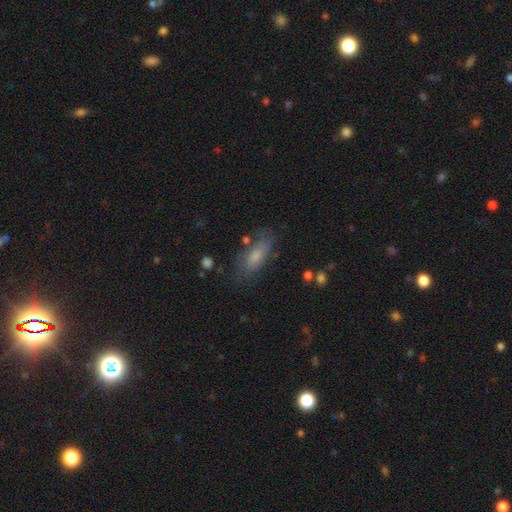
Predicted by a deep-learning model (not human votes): smooth_or_featured: smooth (p=0.67) [alt: featured or disk p=0.24]
how_rounded: in between (p=0.73) [alt: cigar-shaped p=0.24]
merging: none (p=0.70) [alt: minor disturbance p=0.19]